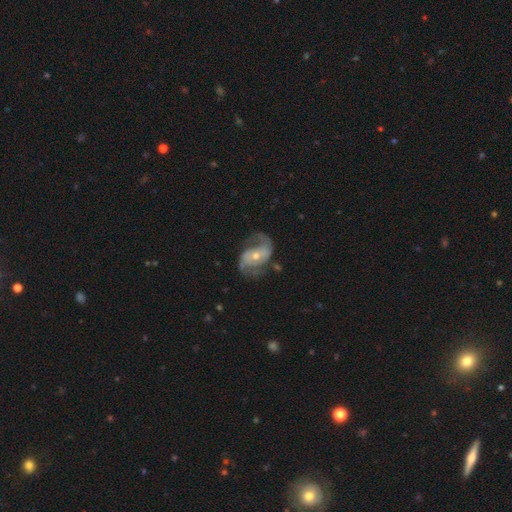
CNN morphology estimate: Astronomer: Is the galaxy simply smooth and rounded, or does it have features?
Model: featured or disk — 86%.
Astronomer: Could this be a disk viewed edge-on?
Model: no — 97%.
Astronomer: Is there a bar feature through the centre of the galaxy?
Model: no — 52% (runner-up: weak, 32%).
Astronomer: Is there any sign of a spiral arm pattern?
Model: yes — 95%.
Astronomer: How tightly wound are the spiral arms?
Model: medium — 48% (runner-up: loose, 33%).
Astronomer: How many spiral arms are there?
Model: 2 — 87%.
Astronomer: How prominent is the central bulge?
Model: small — 51% (runner-up: moderate, 45%).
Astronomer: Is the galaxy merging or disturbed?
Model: none — 67%.